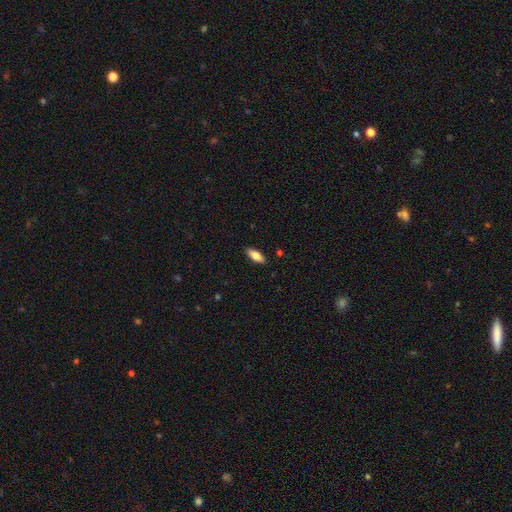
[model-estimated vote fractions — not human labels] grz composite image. It shows a smooth galaxy with no disk features (75%) that is in between round and cigar-shaped (74%). Merging: none (88%).